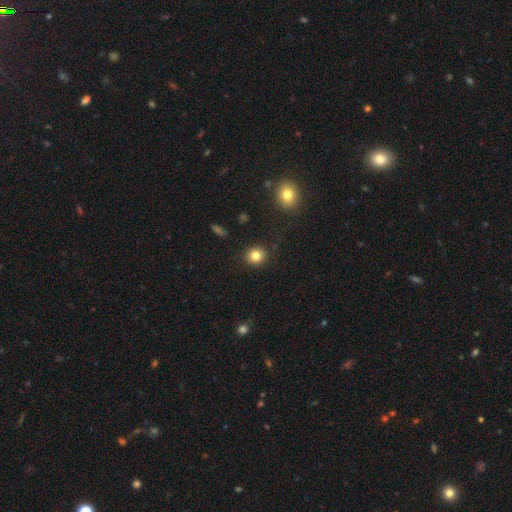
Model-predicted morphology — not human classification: Q: Smooth or featured?
A: smooth (82%); runner-up: star or artifact (11%)
Q: How rounded?
A: round (86%); runner-up: in between (13%)
Q: Merging?
A: none (90%); runner-up: minor disturbance (6%)